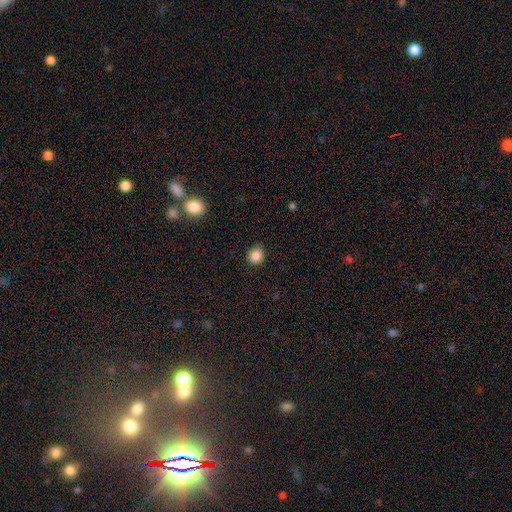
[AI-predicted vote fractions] This appears to be a smooth galaxy with no disk features (86%) that is round (80%). Merging: none (81%).